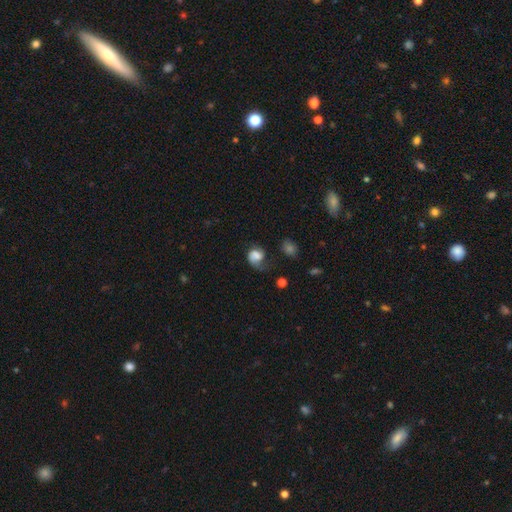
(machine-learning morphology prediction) A smooth galaxy with no disk features (54%) that is round (50%).

Vote fractions:
- Smooth or featured? smooth: 54% / featured or disk: 36% / star or artifact: 10%
- How rounded? round: 50% / in between: 49% / cigar-shaped: 1%
- Merging? major disturbance: 40% / none: 31% / minor disturbance: 25% / merger: 5%